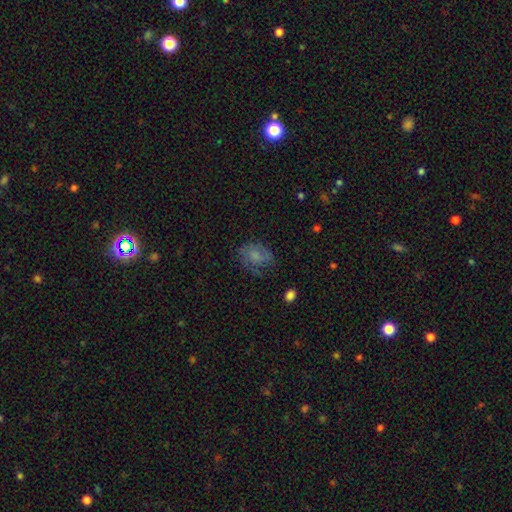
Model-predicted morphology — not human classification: Smooth or featured?
  - smooth: 55% *
  - featured or disk: 34%
  - star or artifact: 11%
How rounded?
  - in between: 59% *
  - round: 40%
  - cigar-shaped: 1%
Merging?
  - none: 56% *
  - minor disturbance: 25%
  - major disturbance: 18%
  - merger: 2%